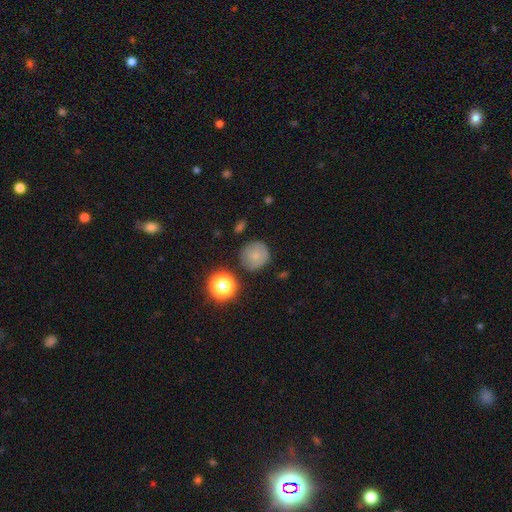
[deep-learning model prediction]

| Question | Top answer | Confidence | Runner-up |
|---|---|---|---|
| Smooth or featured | smooth | 70% | featured or disk (18%) |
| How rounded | round | 92% | in between (7%) |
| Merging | none | 78% | minor disturbance (15%) |